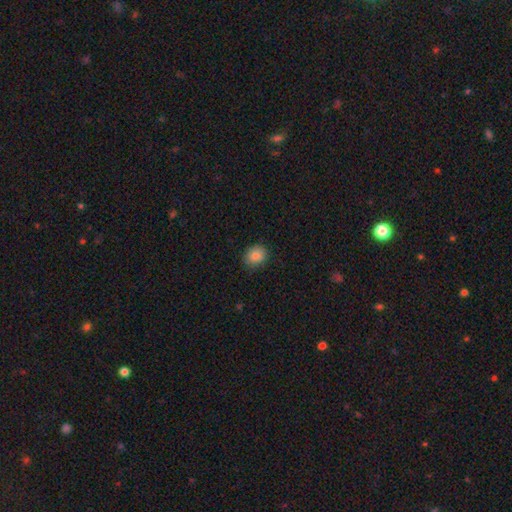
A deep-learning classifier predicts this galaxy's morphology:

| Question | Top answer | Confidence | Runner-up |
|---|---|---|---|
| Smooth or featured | smooth | 86% | star or artifact (9%) |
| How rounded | round | 63% | in between (37%) |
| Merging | none | 86% | minor disturbance (11%) |